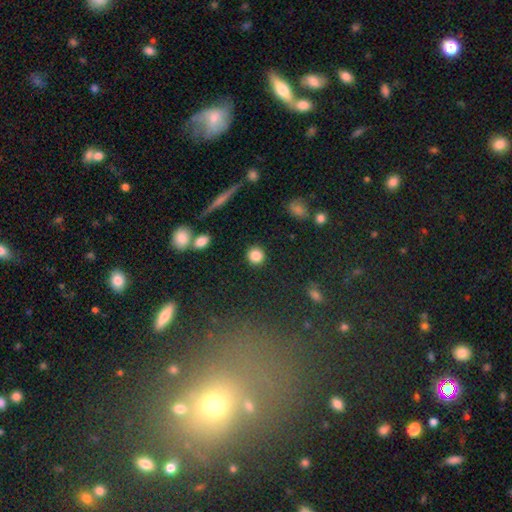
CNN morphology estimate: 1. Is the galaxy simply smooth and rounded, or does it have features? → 84% smooth, 10% star or artifact, 6% featured or disk.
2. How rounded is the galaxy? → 91% round, 8% in between, 1% cigar-shaped.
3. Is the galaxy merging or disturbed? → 89% none, 6% minor disturbance, 2% major disturbance, 2% merger.